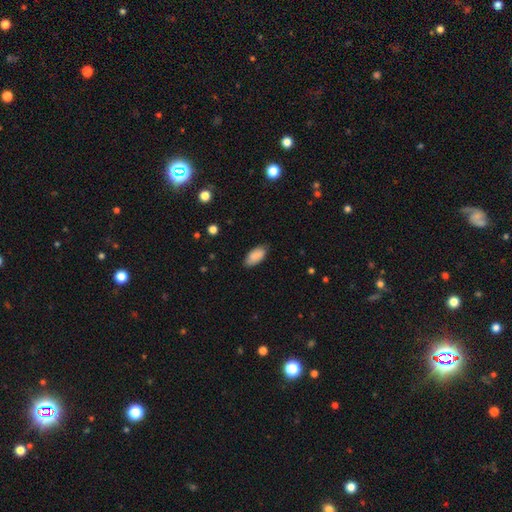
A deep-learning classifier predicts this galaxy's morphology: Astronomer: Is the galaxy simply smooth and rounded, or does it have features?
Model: smooth — 88%.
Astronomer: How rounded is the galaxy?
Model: in between — 92%.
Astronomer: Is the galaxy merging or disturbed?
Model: none — 82%.